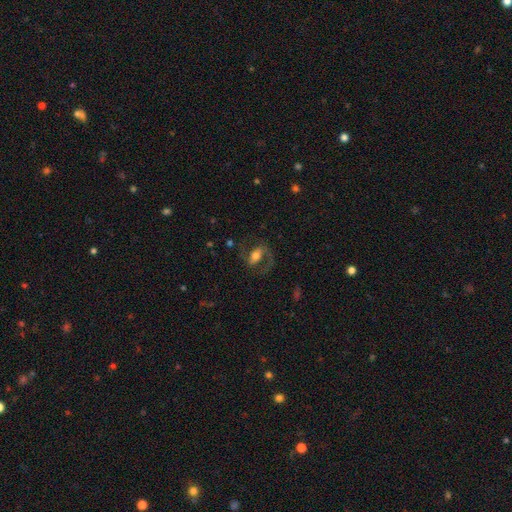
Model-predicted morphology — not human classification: This appears to be a featured or disk galaxy (70%) with a strong bar (40%), 2 (82%) medium (52%) spiral arms (88%) and a moderate central bulge (58%). Merging: none (65%).